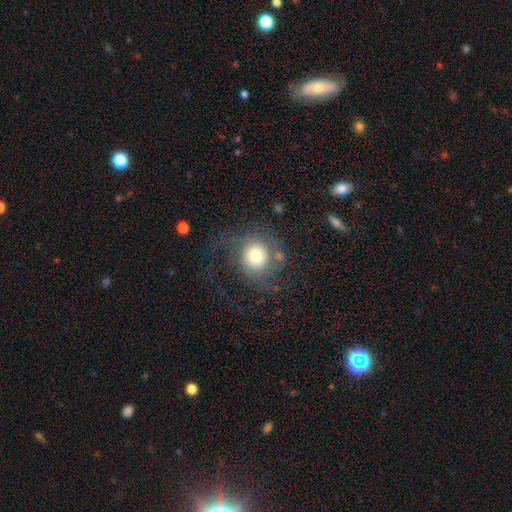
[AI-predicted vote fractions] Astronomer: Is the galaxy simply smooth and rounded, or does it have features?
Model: smooth — 60%.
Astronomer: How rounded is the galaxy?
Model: round — 87%.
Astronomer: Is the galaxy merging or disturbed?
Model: none — 53%.